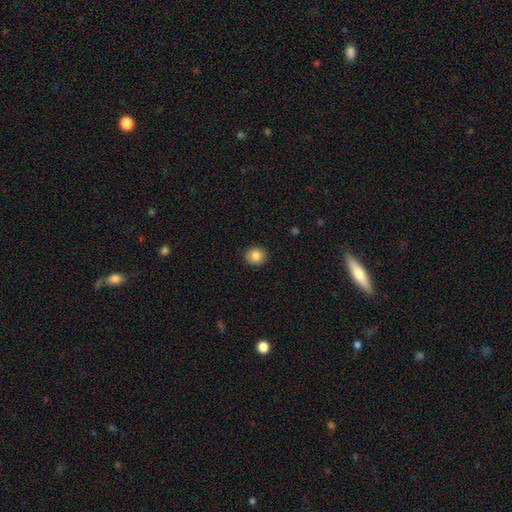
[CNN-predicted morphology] smooth_or_featured: smooth (p=0.85) [alt: star or artifact p=0.09]
how_rounded: round (p=0.81) [alt: in between p=0.18]
merging: none (p=0.91) [alt: minor disturbance p=0.07]